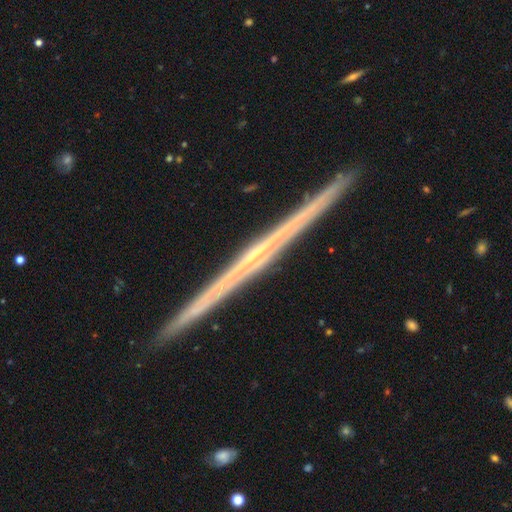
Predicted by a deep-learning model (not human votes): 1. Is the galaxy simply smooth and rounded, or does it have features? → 82% featured or disk, 12% smooth, 6% star or artifact.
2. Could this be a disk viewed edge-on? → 98% yes, 2% no.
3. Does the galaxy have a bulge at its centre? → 64% none, 29% rounded, 7% boxy.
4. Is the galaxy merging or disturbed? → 92% none, 5% minor disturbance, 1% merger, 1% major disturbance.